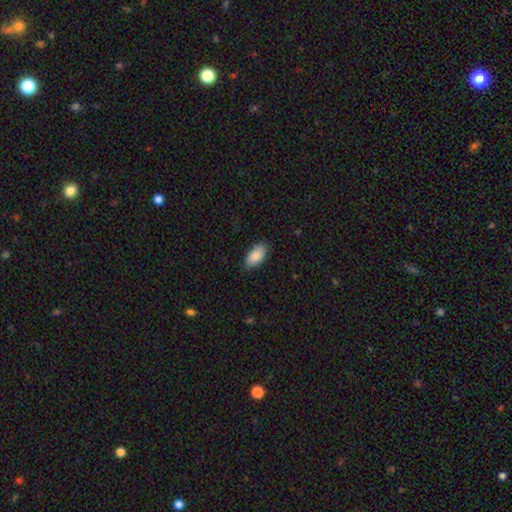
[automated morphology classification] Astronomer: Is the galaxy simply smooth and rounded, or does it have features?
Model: smooth — 88%.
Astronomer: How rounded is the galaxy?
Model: in between — 94%.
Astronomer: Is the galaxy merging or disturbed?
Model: none — 83%.